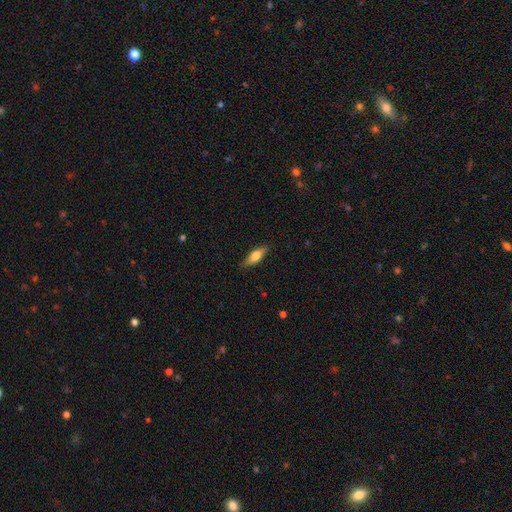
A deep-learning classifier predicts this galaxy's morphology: type=smooth (63%); roundness=in between (53%); merging=none (85%).